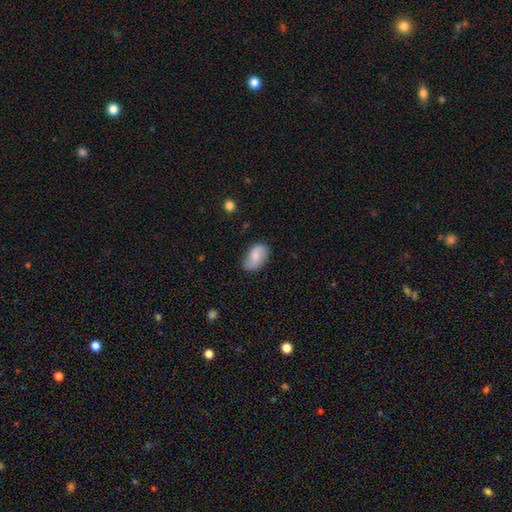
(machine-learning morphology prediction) Q: Smooth or featured?
A: smooth (58%); runner-up: featured or disk (35%)
Q: How rounded?
A: in between (92%); runner-up: round (7%)
Q: Merging?
A: none (74%); runner-up: minor disturbance (20%)